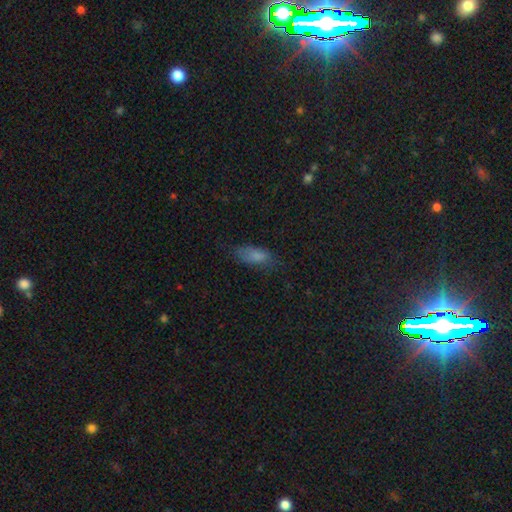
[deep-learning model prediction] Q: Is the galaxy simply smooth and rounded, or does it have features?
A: smooth — 77%.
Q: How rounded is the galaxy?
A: in between — 80%.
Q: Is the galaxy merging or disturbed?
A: none — 62%.